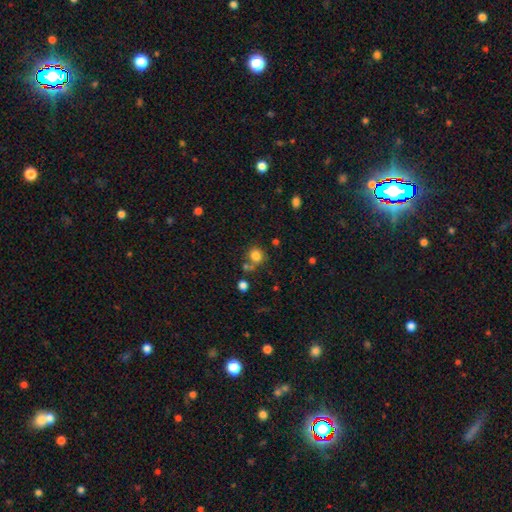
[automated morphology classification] This appears to be a smooth galaxy with no disk features (80%) that is round (83%). Merging: none (63%).